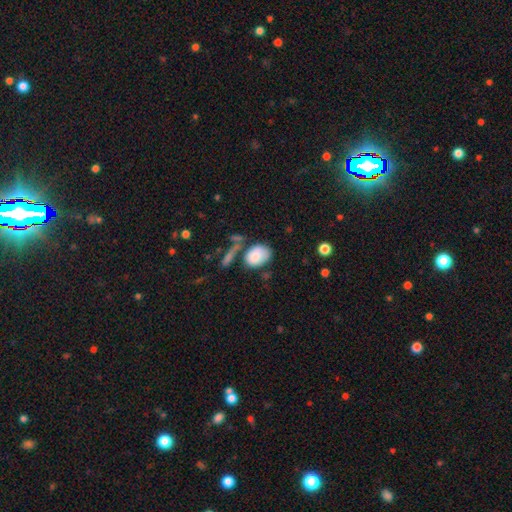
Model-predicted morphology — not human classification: Overall: smooth (82%). How rounded: in between (73%). Merging: none (52%; minor disturbance 21%).